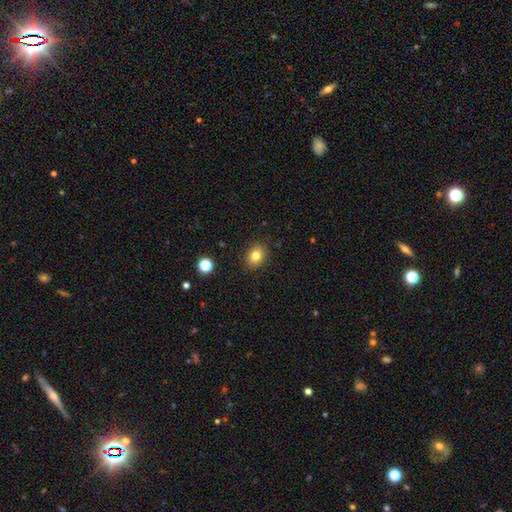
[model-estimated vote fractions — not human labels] A smooth galaxy with no disk features (81%) that is in between round and cigar-shaped (50%). Merging: none (88%).